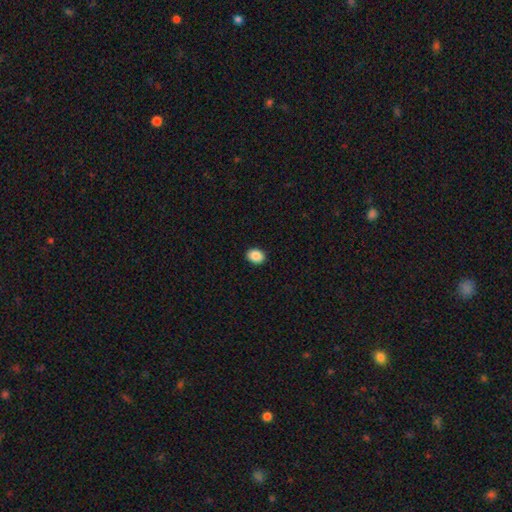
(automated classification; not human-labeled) Smooth or featured?
  - smooth: 89% *
  - star or artifact: 8%
  - featured or disk: 3%
How rounded?
  - in between: 63% *
  - round: 36%
  - cigar-shaped: 1%
Merging?
  - none: 91% *
  - minor disturbance: 6%
  - major disturbance: 2%
  - merger: 1%